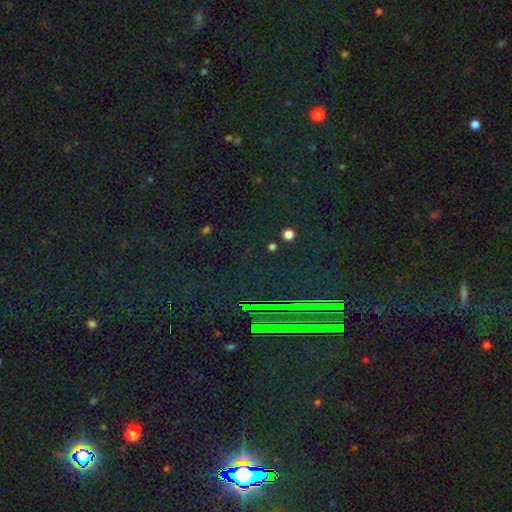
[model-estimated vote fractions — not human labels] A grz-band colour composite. It shows a star or artifact, not a galaxy (84%).